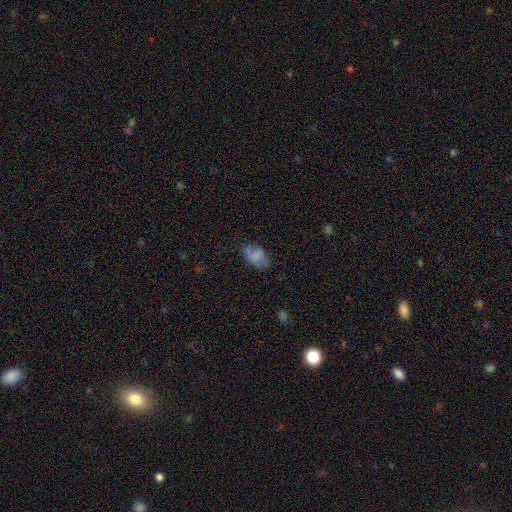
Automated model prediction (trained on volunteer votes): Smooth or featured? smooth (70%)
How rounded? in between (90%)
Merging? none (58%)